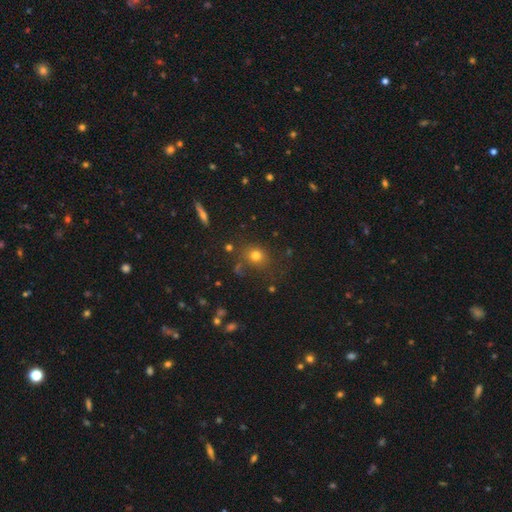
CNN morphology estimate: Smooth or featured: smooth — 74% (star or artifact — 17%)
How rounded: round — 75% (in between — 24%)
Merging: none — 74% (minor disturbance — 14%)